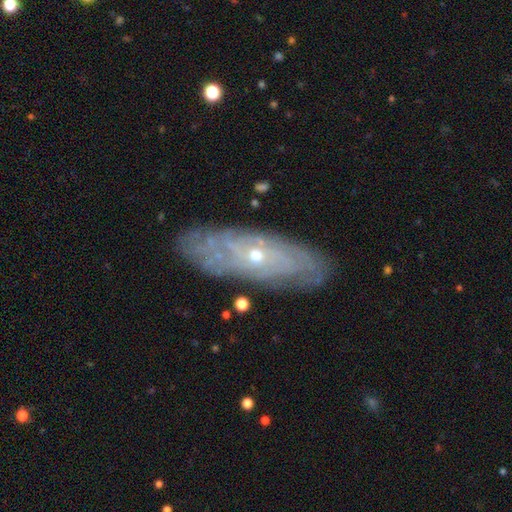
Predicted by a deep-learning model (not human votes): Smooth or featured?
  - featured or disk: 77% *
  - smooth: 15%
  - star or artifact: 8%
Edge-on disk?
  - no: 79% *
  - yes: 21%
Bar?
  - no: 79% *
  - weak: 16%
  - strong: 4%
Spiral arms?
  - yes: 79% *
  - no: 21%
Bulge size?
  - small: 69% *
  - moderate: 28%
  - large: 1%
  - none: 1%
  - dominant: 1%
Merging?
  - none: 85% *
  - minor disturbance: 11%
  - major disturbance: 3%
  - merger: 1%